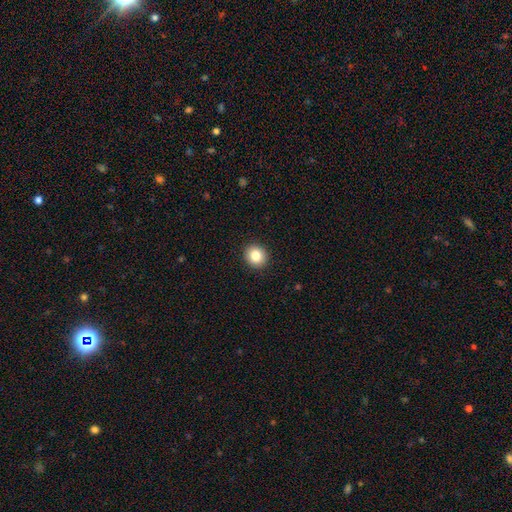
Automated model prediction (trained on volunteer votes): Smooth or featured? Predicted: smooth (p=0.84). How rounded? Predicted: round (p=0.86). Merging? Predicted: none (p=0.92).